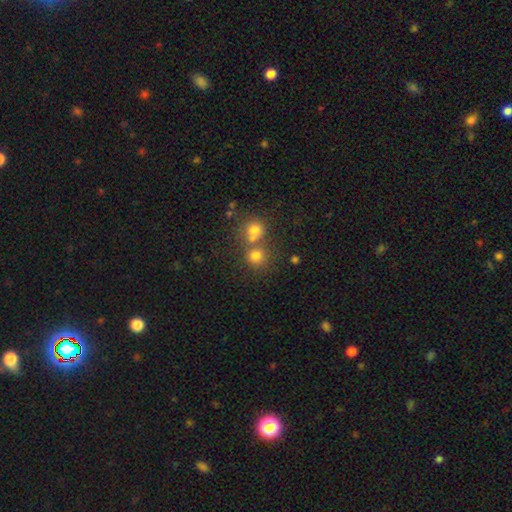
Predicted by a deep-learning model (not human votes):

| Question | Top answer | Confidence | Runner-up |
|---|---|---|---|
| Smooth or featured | smooth | 75% | star or artifact (16%) |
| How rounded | round | 86% | in between (13%) |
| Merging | none | 52% | merger (37%) |